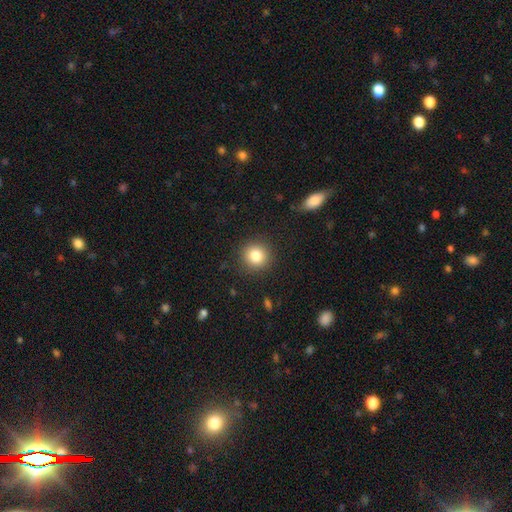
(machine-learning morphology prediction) Overall: smooth (83%). How rounded: round (92%). Merging: none (90%).